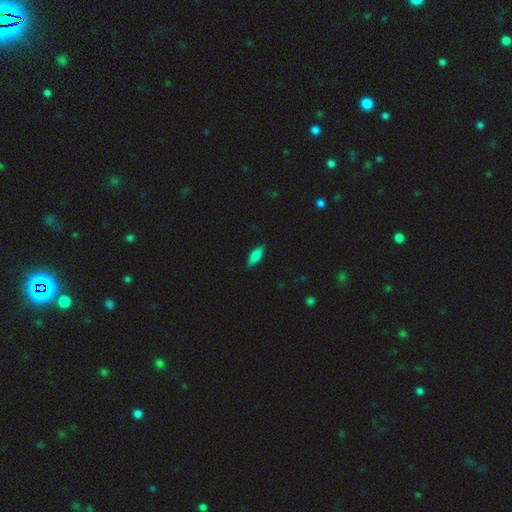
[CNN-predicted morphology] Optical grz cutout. It shows a smooth galaxy with no disk features (79%) that is in between round and cigar-shaped (72%). Merging: none (86%).